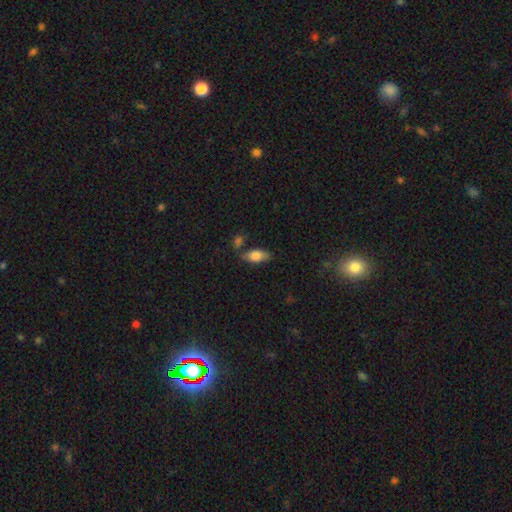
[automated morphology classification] Overall: smooth (78%). How rounded: in between (87%). Merging: none (69%).